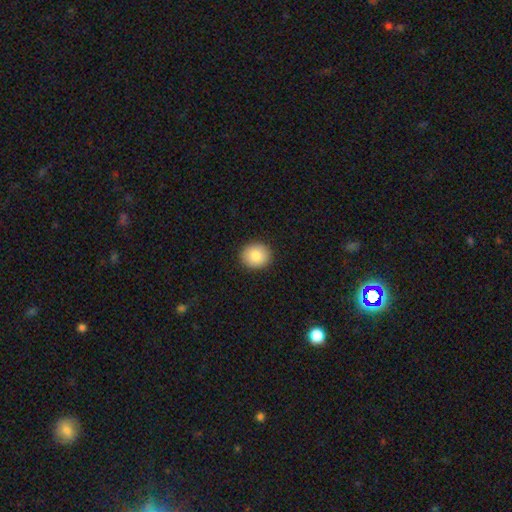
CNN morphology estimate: smooth 86%, star or artifact 8%, featured or disk 6%. Down the decision tree: how rounded — round (79%); merging — none (91%).